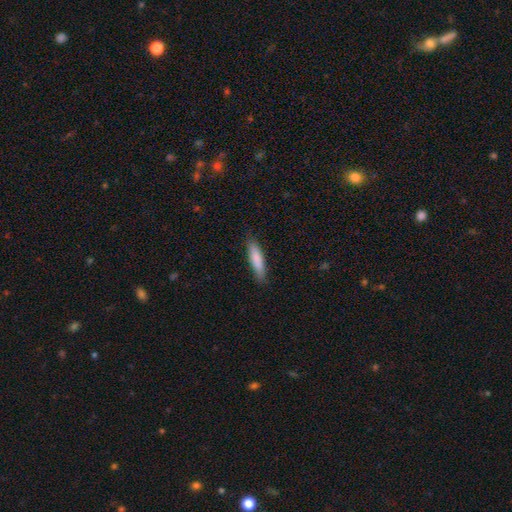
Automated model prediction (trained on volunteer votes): This is clearly a smooth galaxy (83%). How rounded: likely cigar-shaped (80%). Merging: clearly none (86%).